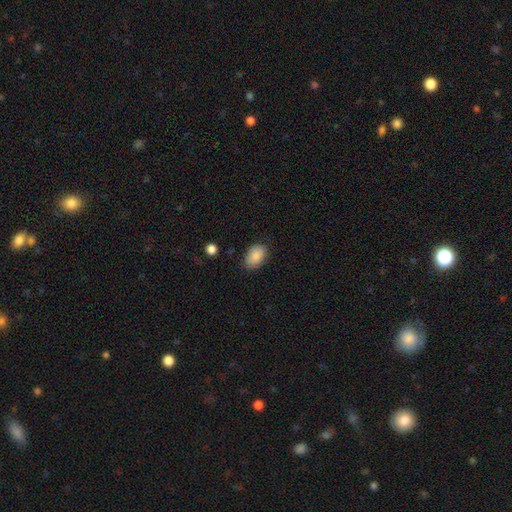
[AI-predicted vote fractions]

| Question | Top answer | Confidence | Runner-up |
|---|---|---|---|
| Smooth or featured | smooth | 88% | star or artifact (7%) |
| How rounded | in between | 88% | round (11%) |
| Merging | none | 79% | minor disturbance (16%) |